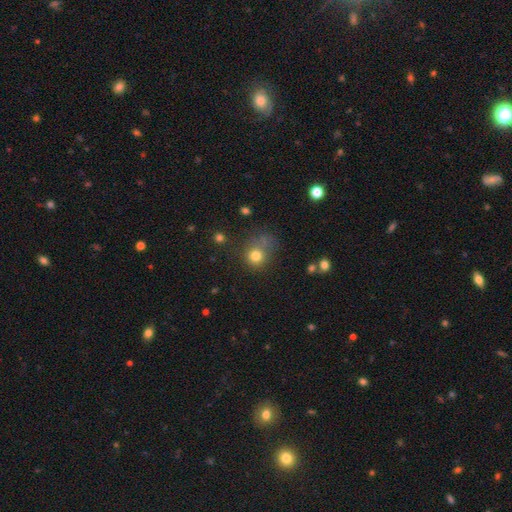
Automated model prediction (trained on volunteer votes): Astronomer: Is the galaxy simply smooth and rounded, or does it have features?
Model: smooth — 77%.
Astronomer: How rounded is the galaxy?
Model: round — 83%.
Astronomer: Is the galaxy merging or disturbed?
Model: none — 56%.